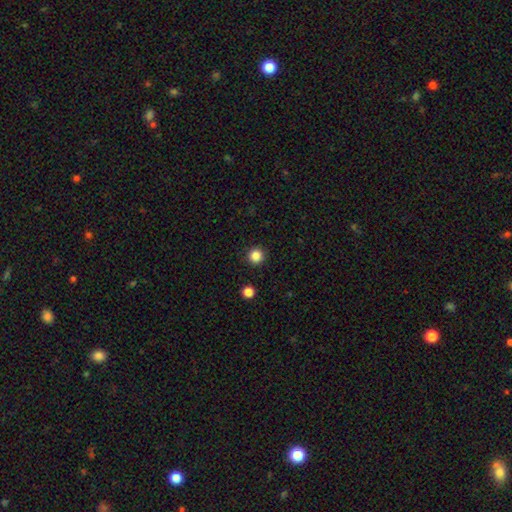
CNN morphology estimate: Smooth or featured? Predicted: smooth (p=0.86). How rounded? Predicted: round (p=0.96). Merging? Predicted: none (p=0.93).